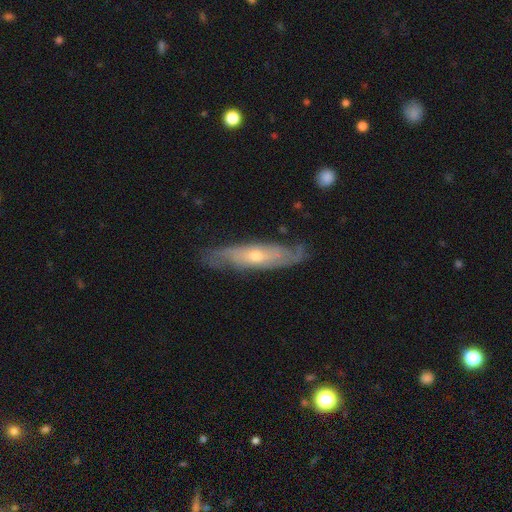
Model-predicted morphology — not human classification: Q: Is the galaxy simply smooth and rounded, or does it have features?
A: featured or disk — 71%.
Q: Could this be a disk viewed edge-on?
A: no — 58%.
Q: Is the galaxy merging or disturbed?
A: none — 77%.